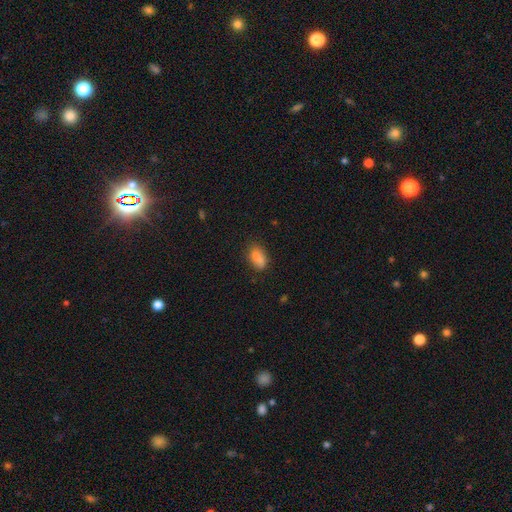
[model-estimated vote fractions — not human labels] Morphology: type=smooth (84%); roundness=in between (85%); merging=none (76%).